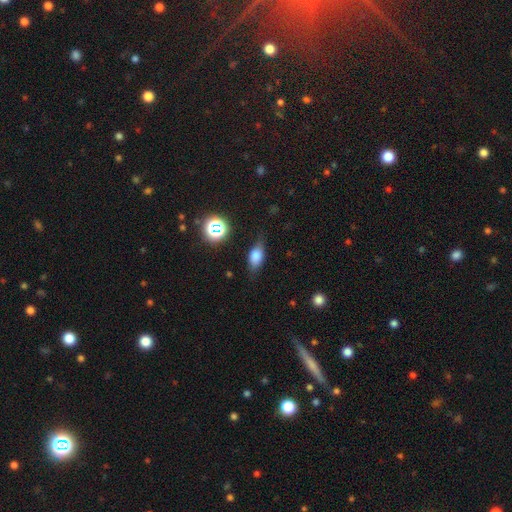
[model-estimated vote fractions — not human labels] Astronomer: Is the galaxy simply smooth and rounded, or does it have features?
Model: smooth — 69%.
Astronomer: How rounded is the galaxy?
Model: in between — 78%.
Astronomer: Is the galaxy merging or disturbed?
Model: none — 71%.